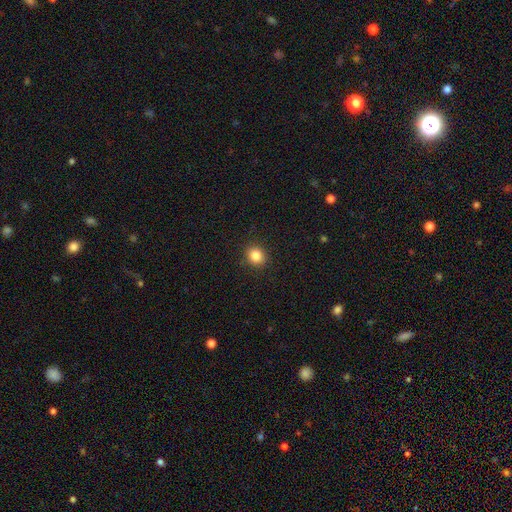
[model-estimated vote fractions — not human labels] Smooth or featured? Predicted: smooth (p=0.85). How rounded? Predicted: round (p=0.75). Merging? Predicted: none (p=0.90).